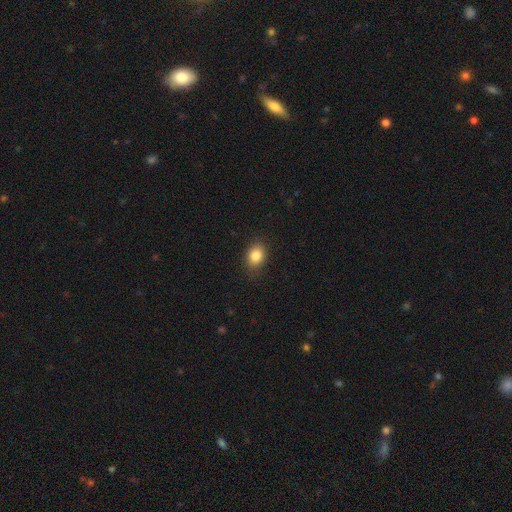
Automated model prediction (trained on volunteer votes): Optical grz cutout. It shows a smooth galaxy with no disk features (84%) that is in between round and cigar-shaped (61%). Merging: none (85%).